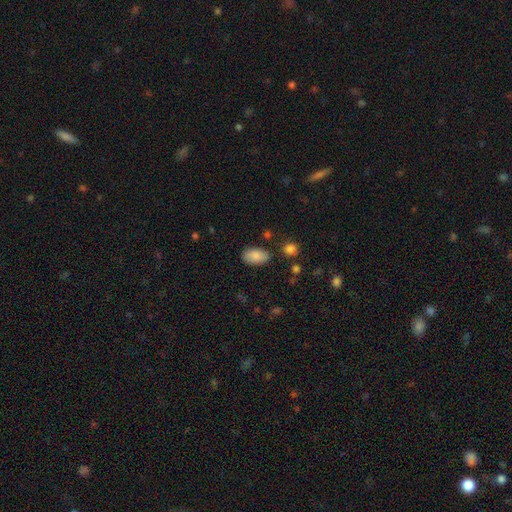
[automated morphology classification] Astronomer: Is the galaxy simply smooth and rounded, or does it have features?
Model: smooth — 87%.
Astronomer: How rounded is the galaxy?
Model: in between — 94%.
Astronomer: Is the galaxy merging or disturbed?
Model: none — 82%.